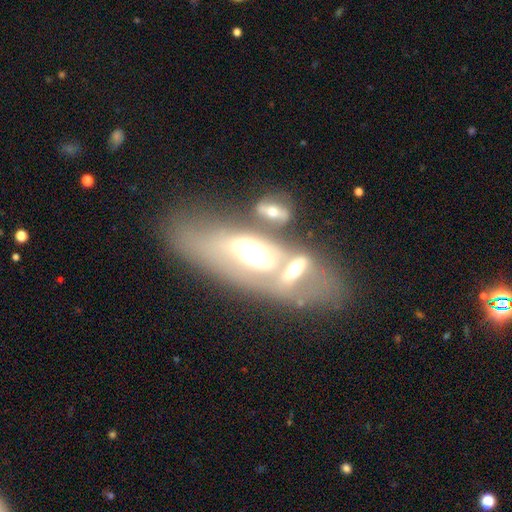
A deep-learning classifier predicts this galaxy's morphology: A featured or disk galaxy (62%). Merging: none (39%).